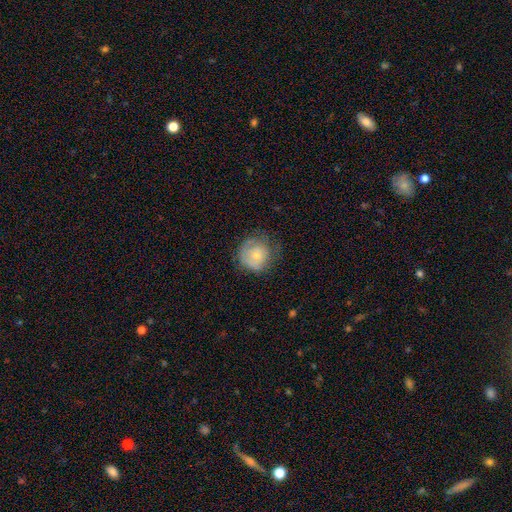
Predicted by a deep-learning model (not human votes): smooth-or-featured: smooth: 66% | featured or disk: 26% | star or artifact: 8%
  how-rounded: round: 86% | in between: 13% | cigar-shaped: 1%
  merging: none: 53% | minor disturbance: 29% | major disturbance: 16% | merger: 1%